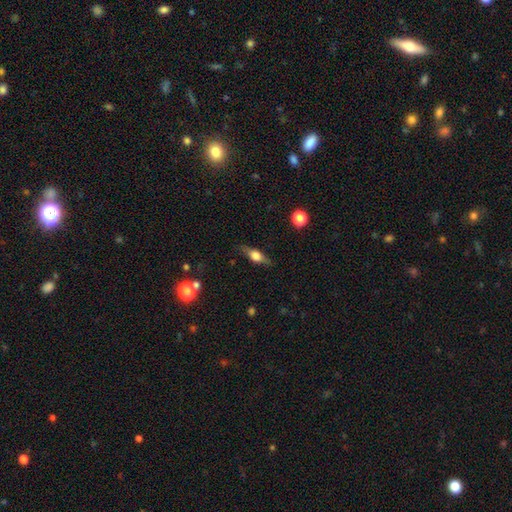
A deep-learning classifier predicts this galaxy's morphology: The model was most divided on "smooth or featured": featured or disk: 48%, smooth: 44%, star or artifact: 8%. More confident: merging — none (82%).